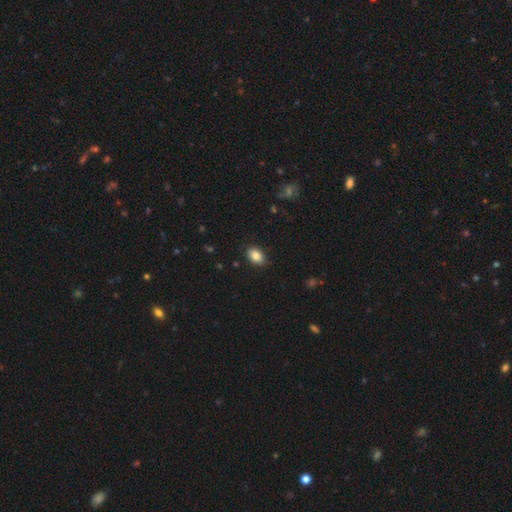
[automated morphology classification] This appears to be a smooth galaxy with no disk features (86%) that is in between round and cigar-shaped (83%). Merging: none (84%).